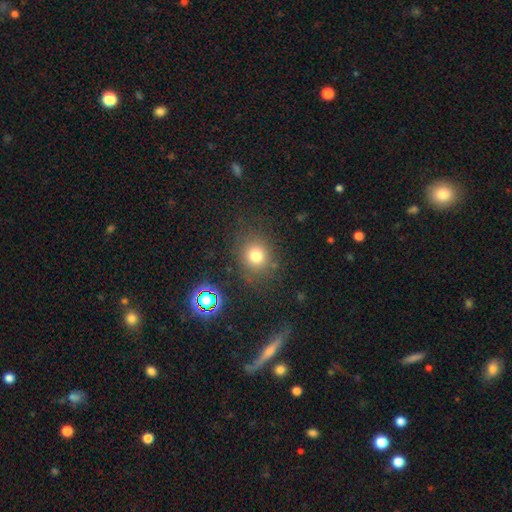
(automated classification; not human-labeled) Smooth or featured? Predicted: smooth (p=0.75). How rounded? Predicted: round (p=0.79). Merging? Predicted: none (p=0.80).